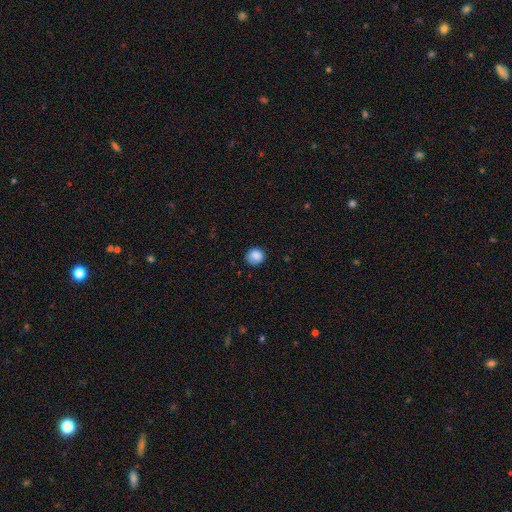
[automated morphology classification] smooth_or_featured: smooth (p=0.87) [alt: star or artifact p=0.09]
how_rounded: round (p=0.86) [alt: in between p=0.13]
merging: none (p=0.82) [alt: minor disturbance p=0.15]